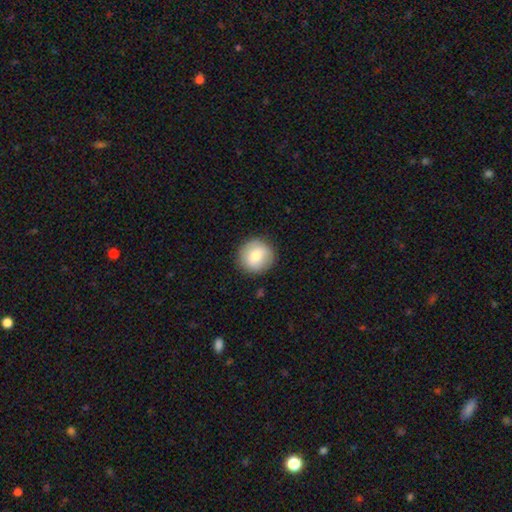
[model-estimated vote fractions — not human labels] Overall: smooth (76%). How rounded: round (94%). Merging: none (89%).